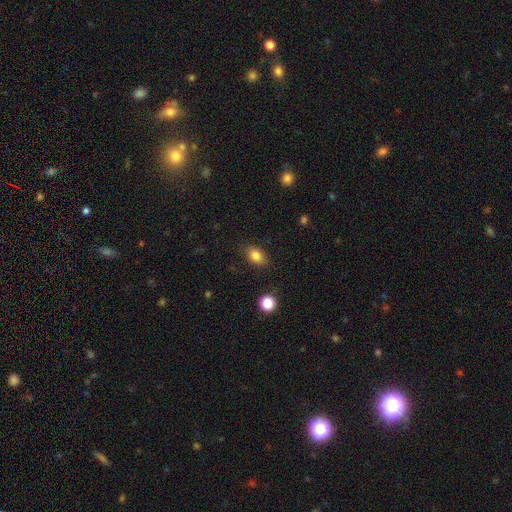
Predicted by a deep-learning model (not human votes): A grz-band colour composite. It shows a smooth galaxy with no disk features (83%) that is in between round and cigar-shaped (78%). Merging: none (85%).